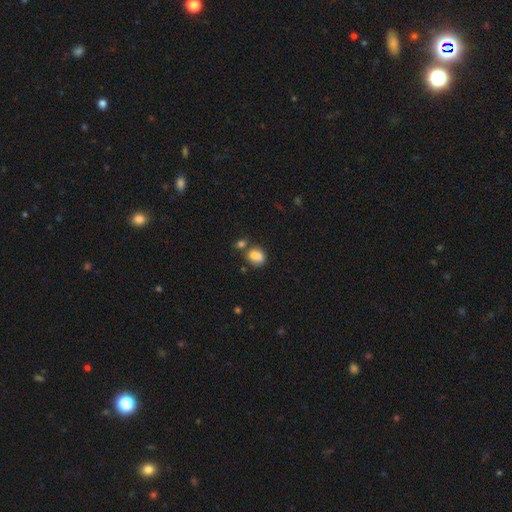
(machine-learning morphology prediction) Overall: smooth (79%). How rounded: round (50%; in between 49%). Merging: none (44%; merger 32%).